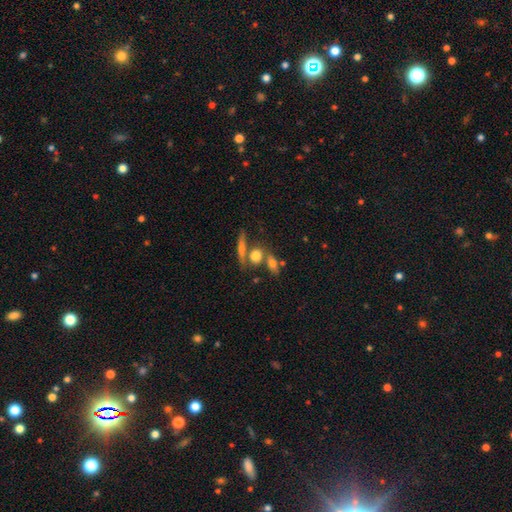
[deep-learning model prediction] A smooth galaxy with no disk features (72%) that is in between round and cigar-shaped (49%).

Vote fractions:
- Smooth or featured? smooth: 72% / featured or disk: 18% / star or artifact: 11%
- How rounded? in between: 49% / round: 35% / cigar-shaped: 16%
- Merging? none: 51% / merger: 32% / minor disturbance: 11% / major disturbance: 6%